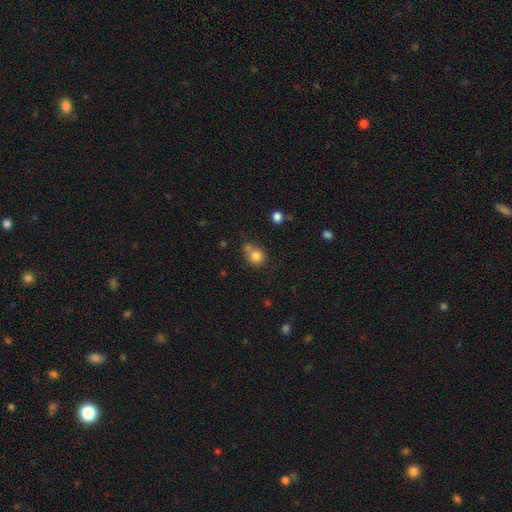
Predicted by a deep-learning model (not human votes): This appears to be a smooth galaxy with no disk features (80%) that is round (82%). Merging: none (51%).